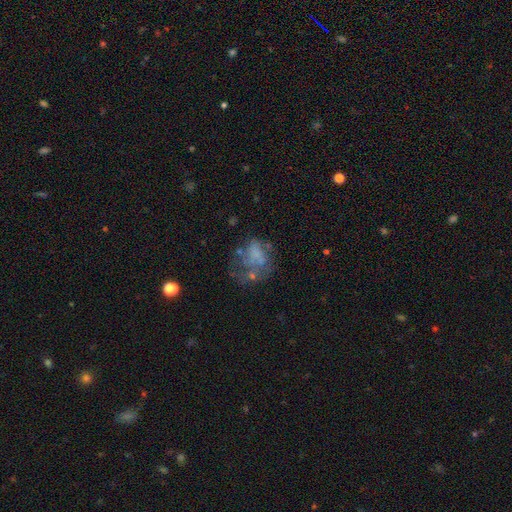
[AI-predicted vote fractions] The model was most divided on "smooth or featured": featured or disk: 47%, smooth: 38%, star or artifact: 16%. Remaining: merging — major disturbance (39%).